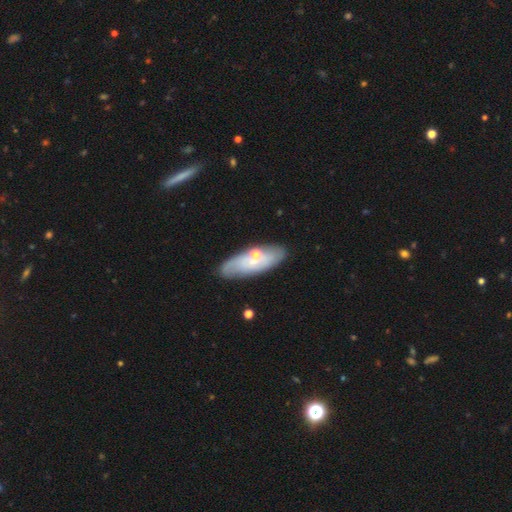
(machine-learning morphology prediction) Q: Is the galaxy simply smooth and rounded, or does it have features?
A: featured or disk — 47%.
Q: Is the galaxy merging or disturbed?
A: none — 71%.